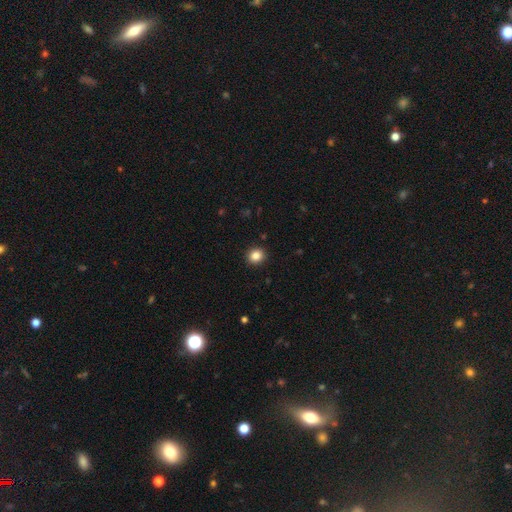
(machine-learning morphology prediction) A smooth galaxy with no disk features (85%) that is round (85%). Merging: none (92%).